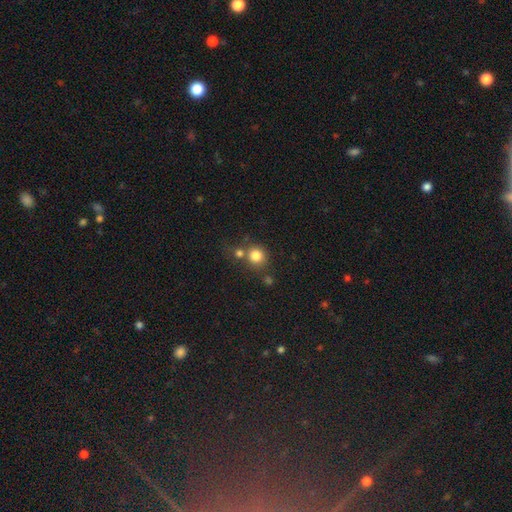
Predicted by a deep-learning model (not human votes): Smooth or featured: smooth — 81% (star or artifact — 12%)
How rounded: round — 90% (in between — 9%)
Merging: none — 62% (merger — 25%)